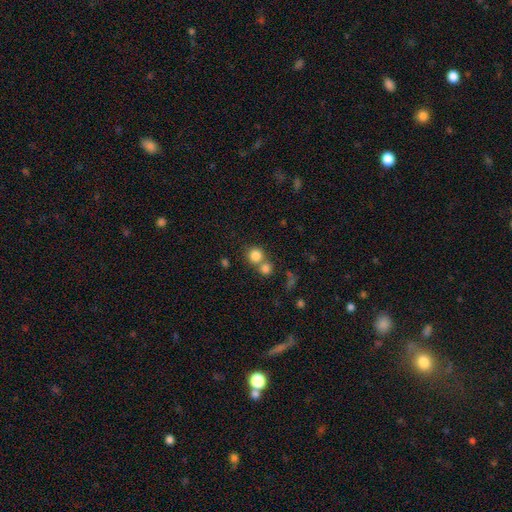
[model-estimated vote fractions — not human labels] smooth-or-featured: smooth: 82% | star or artifact: 11% | featured or disk: 7%
  how-rounded: round: 90% | in between: 9% | cigar-shaped: 1%
  merging: none: 52% | merger: 39% | minor disturbance: 6% | major disturbance: 3%